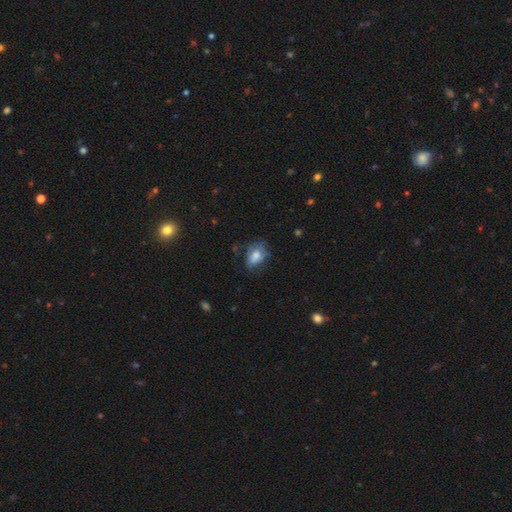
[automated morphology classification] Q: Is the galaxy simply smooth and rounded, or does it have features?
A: smooth — 63%.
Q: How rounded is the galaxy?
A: in between — 78%.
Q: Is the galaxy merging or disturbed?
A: none — 51%.